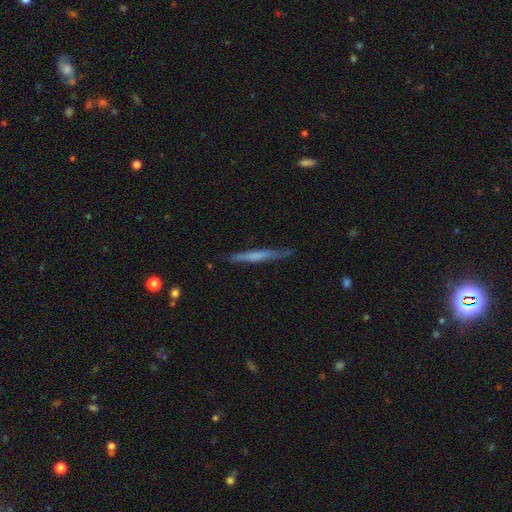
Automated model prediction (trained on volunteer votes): Morphology: type=smooth (47%, tied with featured or disk); merging=none (85%).